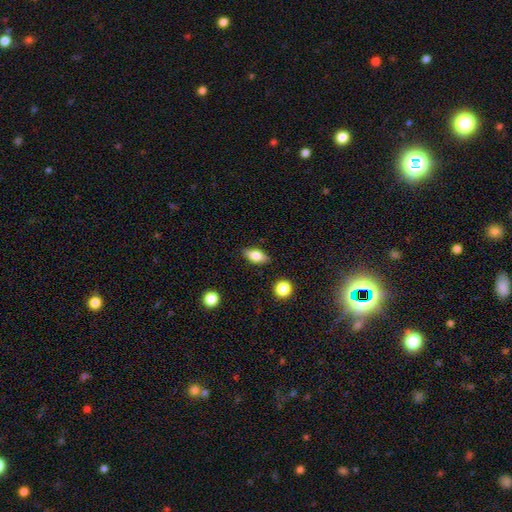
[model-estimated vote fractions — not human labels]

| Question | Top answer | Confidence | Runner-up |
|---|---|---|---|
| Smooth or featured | smooth | 68% | featured or disk (24%) |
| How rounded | in between | 81% | cigar-shaped (11%) |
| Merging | none | 85% | minor disturbance (11%) |